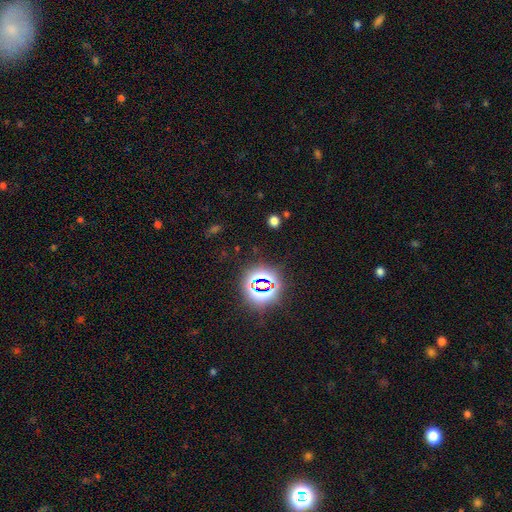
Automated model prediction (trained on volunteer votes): Smooth or featured: star or artifact — 77% (smooth — 15%)